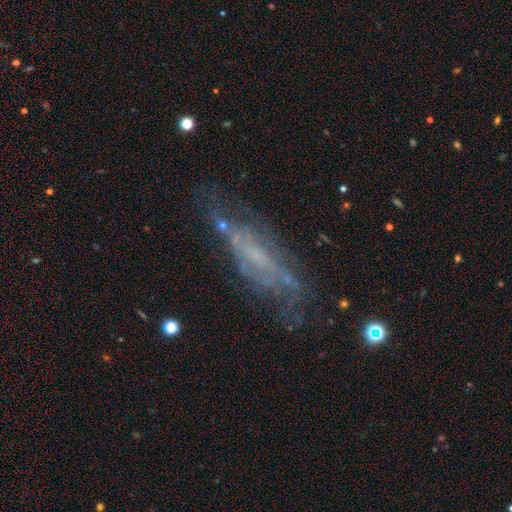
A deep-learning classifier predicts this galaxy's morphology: type=featured or disk (64%); edge-on=no (62%); merging=none (56%).